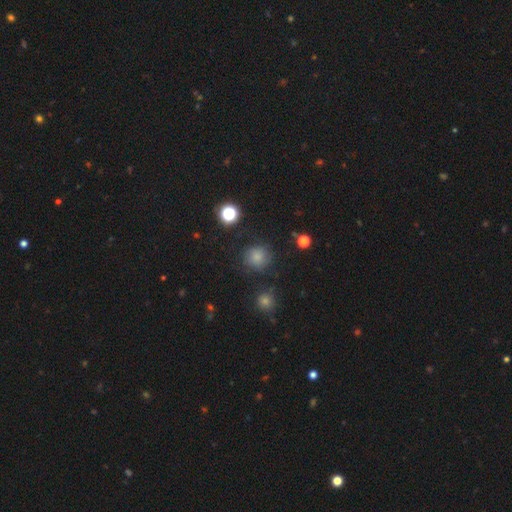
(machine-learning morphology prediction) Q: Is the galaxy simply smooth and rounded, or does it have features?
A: smooth — 64%.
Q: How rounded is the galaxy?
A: round — 91%.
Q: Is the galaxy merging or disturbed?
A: none — 83%.